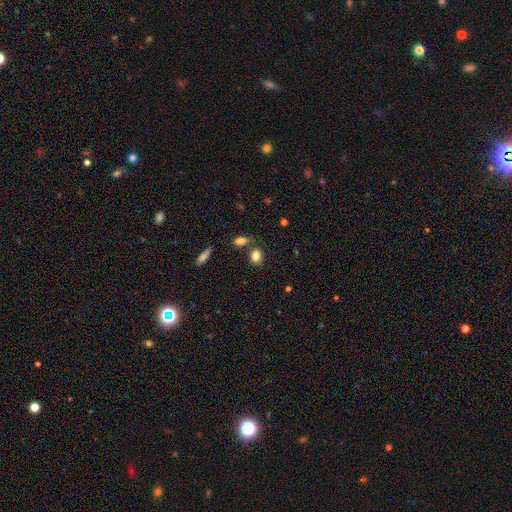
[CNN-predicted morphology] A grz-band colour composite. It shows a smooth galaxy with no disk features (84%) that is in between round and cigar-shaped (73%). Merging: none (68%).